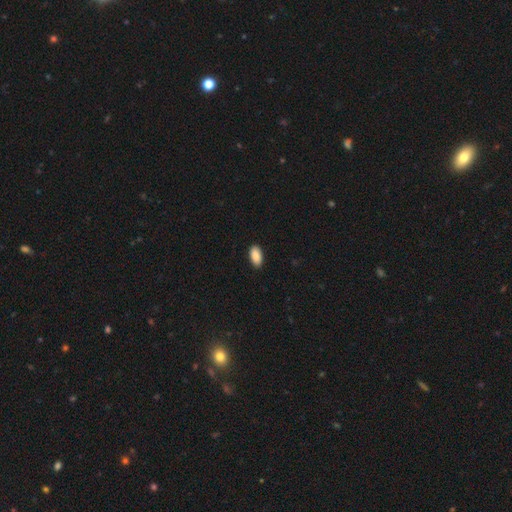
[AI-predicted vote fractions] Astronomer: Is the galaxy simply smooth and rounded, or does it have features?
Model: smooth — 90%.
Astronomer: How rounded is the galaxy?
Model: in between — 94%.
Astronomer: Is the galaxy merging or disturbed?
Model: none — 89%.